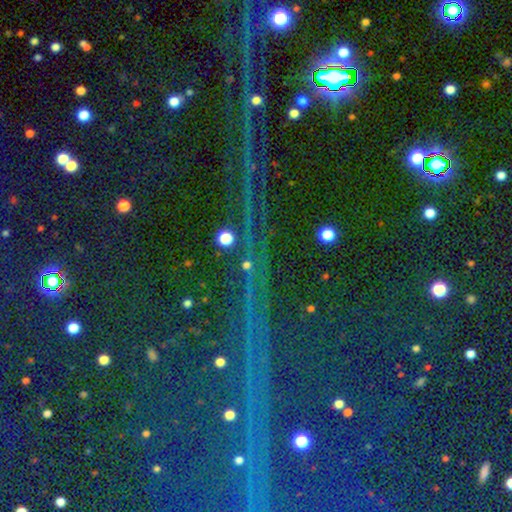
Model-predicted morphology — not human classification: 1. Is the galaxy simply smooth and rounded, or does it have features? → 84% star or artifact, 8% featured or disk, 8% smooth.